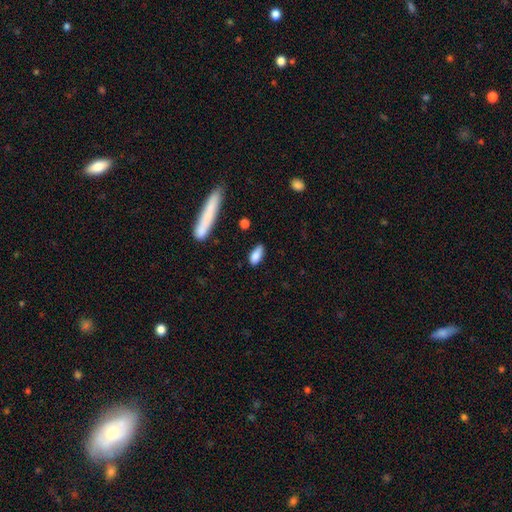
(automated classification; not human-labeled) The model was most divided on "merging": none: 71%, minor disturbance: 21%, major disturbance: 5%, merger: 3%. More confident: smooth or featured — smooth (84%); how rounded — in between (80%).